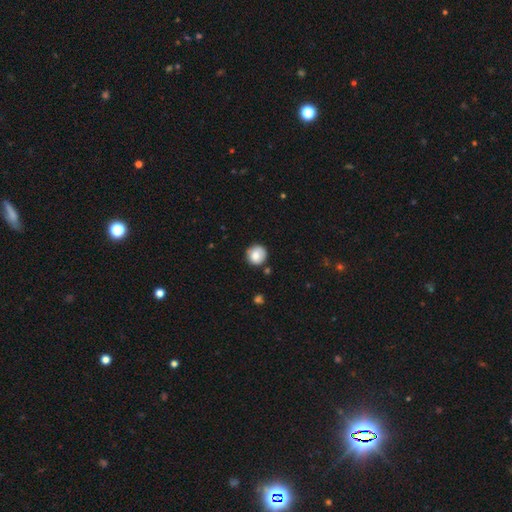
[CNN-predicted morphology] Smooth or featured? smooth (81%)
How rounded? round (94%)
Merging? none (82%)